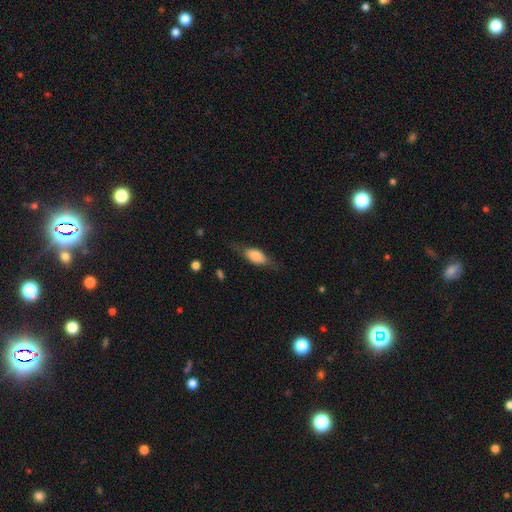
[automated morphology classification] Overall: smooth (68%). How rounded: in between (74%). Merging: none (68%).